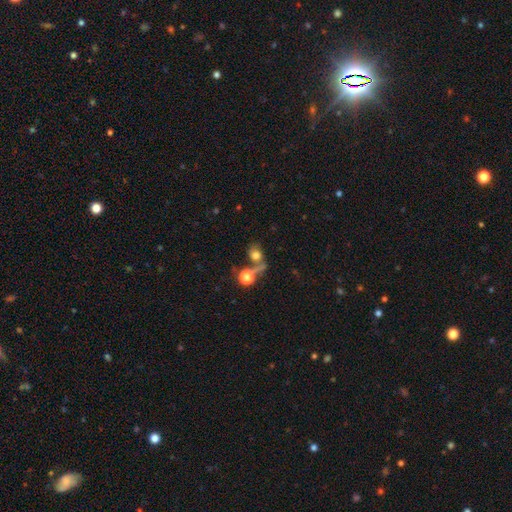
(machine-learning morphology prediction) Overall: smooth (65%). How rounded: round (62%; in between 35%). Merging: merger (39%; none 36%).